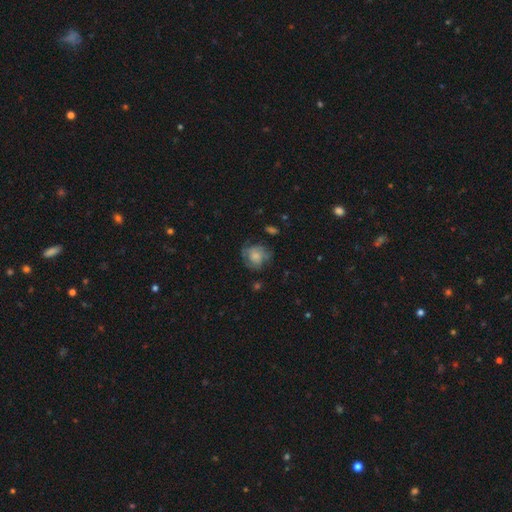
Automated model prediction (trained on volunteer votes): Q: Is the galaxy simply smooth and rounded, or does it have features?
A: smooth — 55%.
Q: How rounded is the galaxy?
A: round — 74%.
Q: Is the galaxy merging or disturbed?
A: none — 55%.